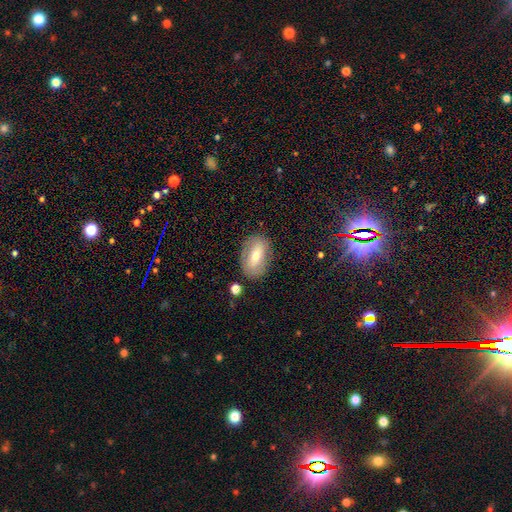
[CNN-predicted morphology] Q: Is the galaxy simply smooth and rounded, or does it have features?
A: smooth — 55%.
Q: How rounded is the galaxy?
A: in between — 86%.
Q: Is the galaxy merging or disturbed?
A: none — 81%.